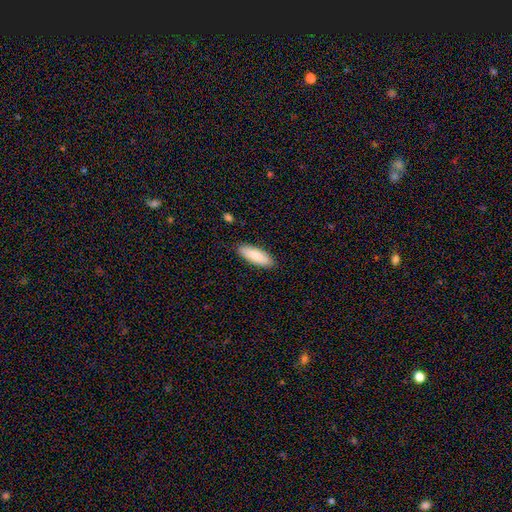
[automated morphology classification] The model was most divided on "how rounded": in between: 57%, cigar-shaped: 42%, round: 2%. More confident: merging — none (89%); smooth or featured — smooth (83%).